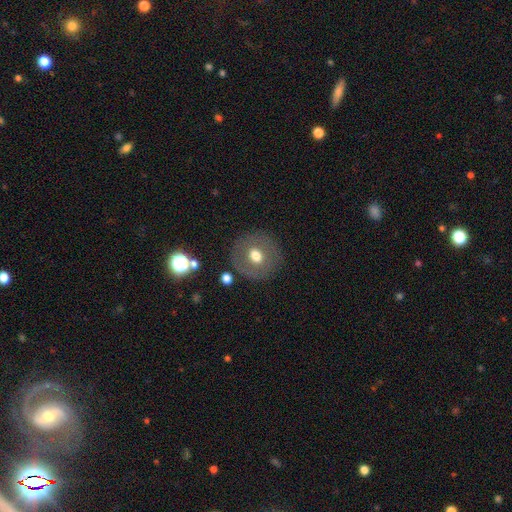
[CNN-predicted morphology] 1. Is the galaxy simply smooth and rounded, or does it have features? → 61% smooth, 29% featured or disk, 10% star or artifact.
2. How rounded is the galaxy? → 84% round, 15% in between, 1% cigar-shaped.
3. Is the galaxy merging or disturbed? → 84% none, 10% minor disturbance, 4% major disturbance, 2% merger.